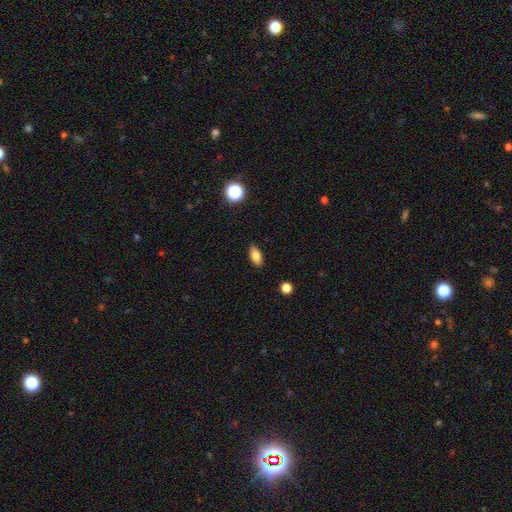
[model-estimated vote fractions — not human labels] This is clearly a smooth galaxy (82%). How rounded: clearly in between (88%). Merging: clearly none (88%).